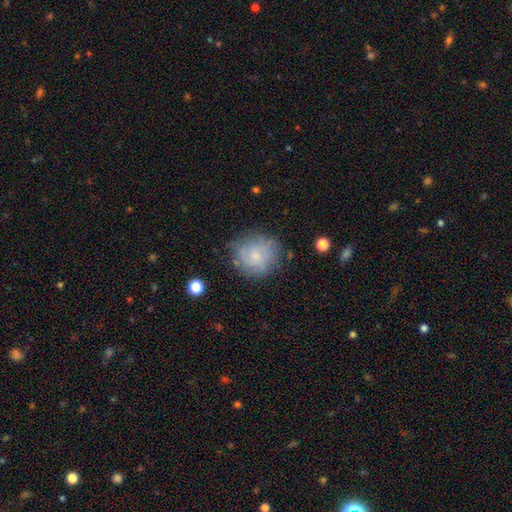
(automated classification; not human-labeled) smooth-or-featured: smooth: 61% | featured or disk: 31% | star or artifact: 9%
  how-rounded: round: 86% | in between: 13% | cigar-shaped: 1%
  merging: none: 66% | minor disturbance: 23% | major disturbance: 8% | merger: 3%